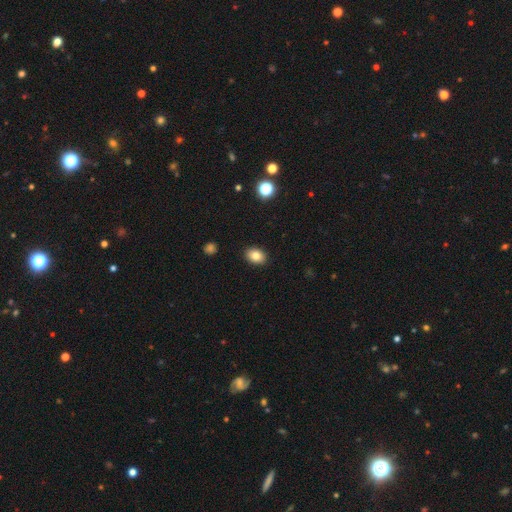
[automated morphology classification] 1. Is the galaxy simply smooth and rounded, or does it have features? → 83% smooth, 9% star or artifact, 8% featured or disk.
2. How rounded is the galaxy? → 72% in between, 27% round, 1% cigar-shaped.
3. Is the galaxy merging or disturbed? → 90% none, 7% minor disturbance, 2% major disturbance, 1% merger.